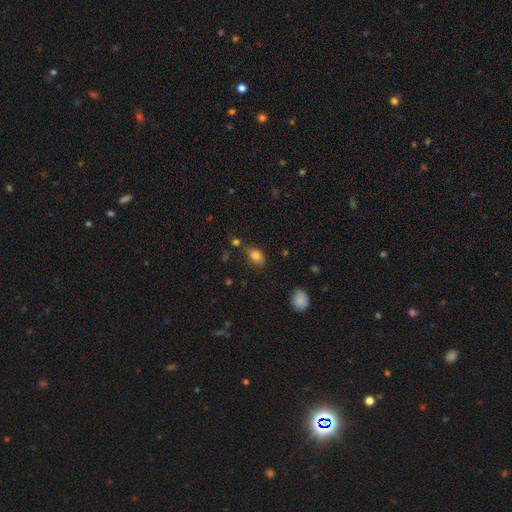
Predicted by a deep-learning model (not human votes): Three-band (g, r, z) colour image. It shows a smooth galaxy with no disk features (82%) that is in between round and cigar-shaped (82%). Merging: none (71%).